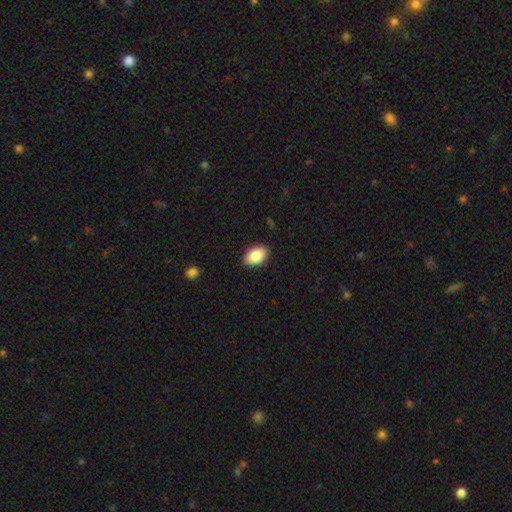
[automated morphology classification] A smooth galaxy with no disk features (86%) that is in between round and cigar-shaped (90%).

Vote fractions:
- Smooth or featured? smooth: 86% / featured or disk: 7% / star or artifact: 7%
- How rounded? in between: 90% / round: 9% / cigar-shaped: 1%
- Merging? none: 89% / minor disturbance: 9% / major disturbance: 2% / merger: 1%